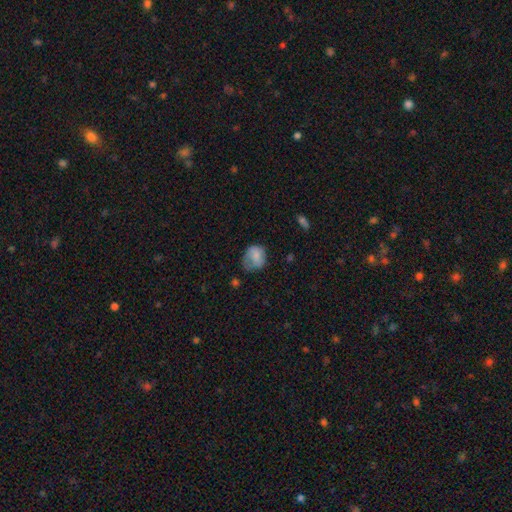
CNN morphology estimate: Smooth or featured? Predicted: smooth (p=0.68). How rounded? Predicted: round (p=0.55). Merging? Predicted: none (p=0.43).